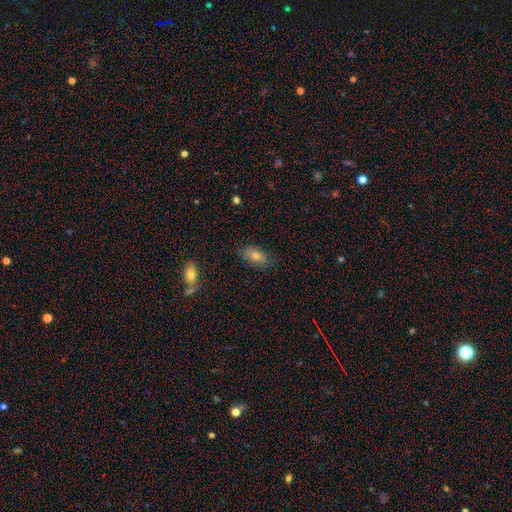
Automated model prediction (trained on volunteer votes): A smooth galaxy with no disk features (68%) that is in between round and cigar-shaped (86%). Merging: none (80%).